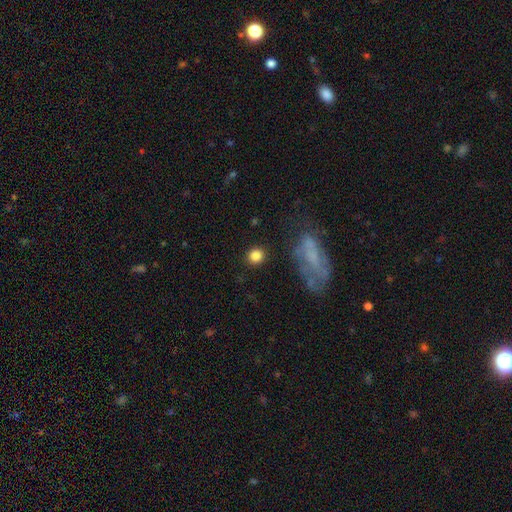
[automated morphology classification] Smooth or featured? Predicted: smooth (p=0.84). How rounded? Predicted: round (p=0.87). Merging? Predicted: none (p=0.88).